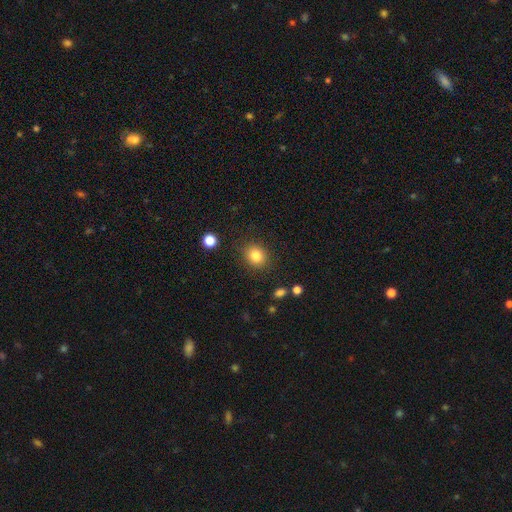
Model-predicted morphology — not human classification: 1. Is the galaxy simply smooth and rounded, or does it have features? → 83% smooth, 10% star or artifact, 6% featured or disk.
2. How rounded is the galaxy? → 74% round, 25% in between, 1% cigar-shaped.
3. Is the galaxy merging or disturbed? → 86% none, 9% minor disturbance, 3% major disturbance, 2% merger.